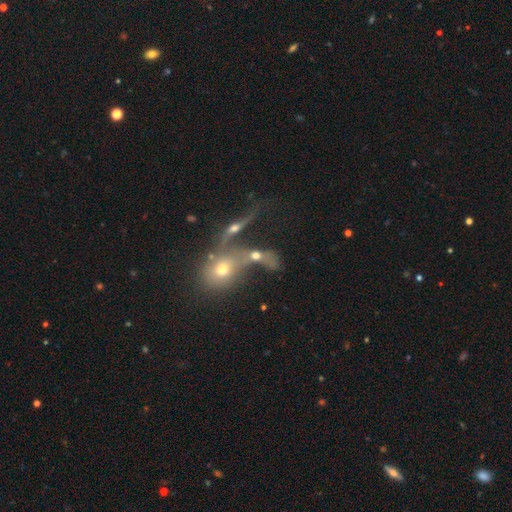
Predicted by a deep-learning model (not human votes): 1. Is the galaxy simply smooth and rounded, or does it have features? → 48% smooth, 35% featured or disk, 17% star or artifact.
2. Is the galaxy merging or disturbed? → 62% merger, 19% none, 12% major disturbance, 7% minor disturbance.